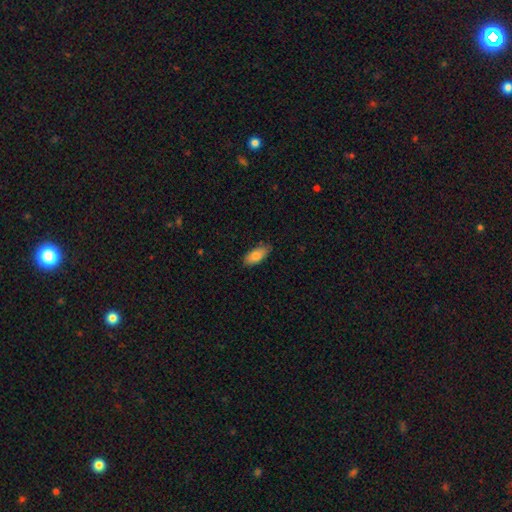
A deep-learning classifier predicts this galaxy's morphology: Smooth or featured?
  - smooth: 83% *
  - featured or disk: 11%
  - star or artifact: 6%
How rounded?
  - in between: 90% *
  - cigar-shaped: 8%
  - round: 2%
Merging?
  - none: 81% *
  - minor disturbance: 15%
  - major disturbance: 2%
  - merger: 1%